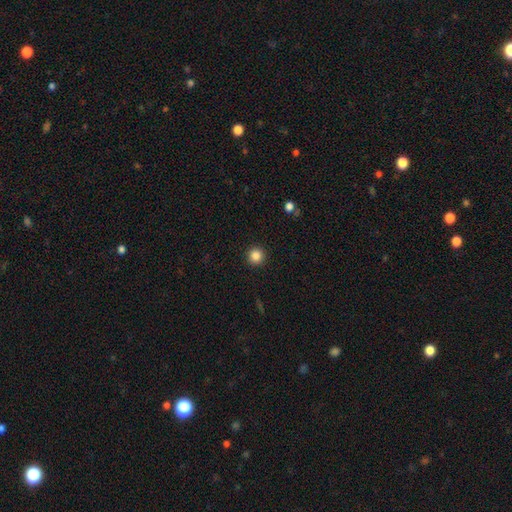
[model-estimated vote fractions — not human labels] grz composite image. It shows a smooth galaxy with no disk features (85%) that is round (96%). Merging: none (93%).